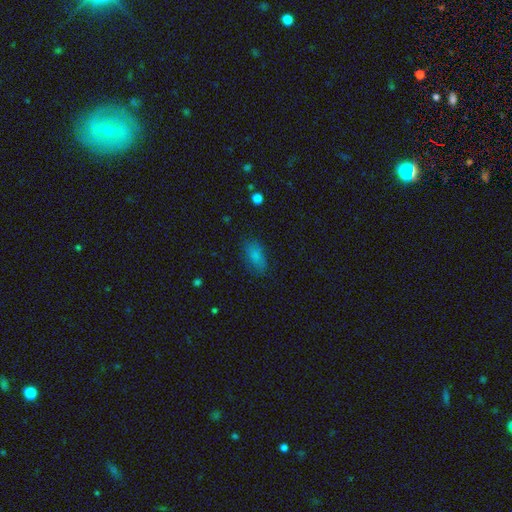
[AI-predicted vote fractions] A smooth galaxy with no disk features (82%) that is in between round and cigar-shaped (90%).

Vote fractions:
- Smooth or featured? smooth: 82% / star or artifact: 10% / featured or disk: 8%
- How rounded? in between: 90% / cigar-shaped: 5% / round: 5%
- Merging? none: 78% / minor disturbance: 16% / major disturbance: 5% / merger: 1%